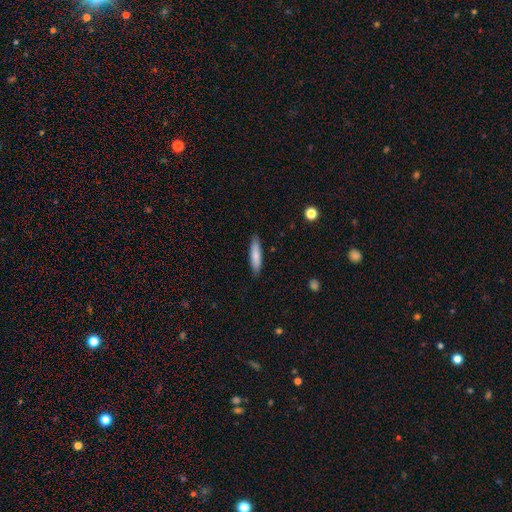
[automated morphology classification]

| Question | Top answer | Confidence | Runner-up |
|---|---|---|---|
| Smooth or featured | smooth | 79% | featured or disk (16%) |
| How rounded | cigar-shaped | 77% | in between (22%) |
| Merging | none | 87% | minor disturbance (10%) |